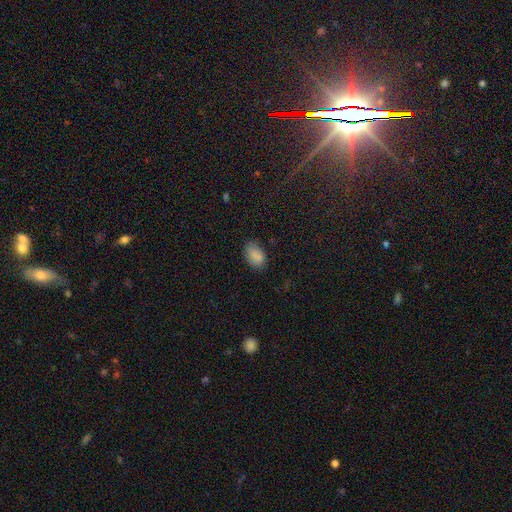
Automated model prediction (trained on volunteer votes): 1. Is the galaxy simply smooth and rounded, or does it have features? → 85% smooth, 10% star or artifact, 5% featured or disk.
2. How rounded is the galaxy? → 91% in between, 8% round, 2% cigar-shaped.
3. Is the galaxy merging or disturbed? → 75% none, 20% minor disturbance, 4% major disturbance, 1% merger.